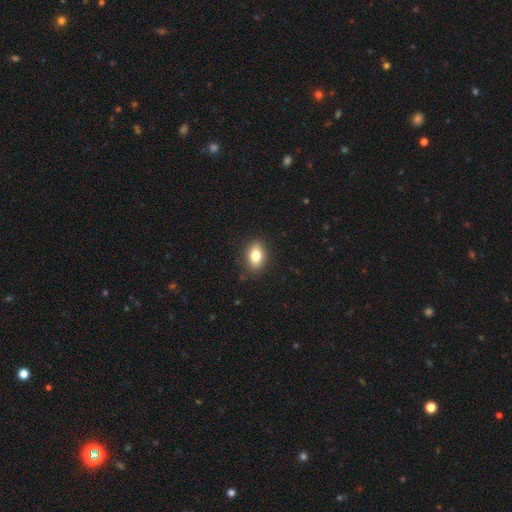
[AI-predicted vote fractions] Overall: smooth (81%). How rounded: in between (82%). Merging: none (87%).